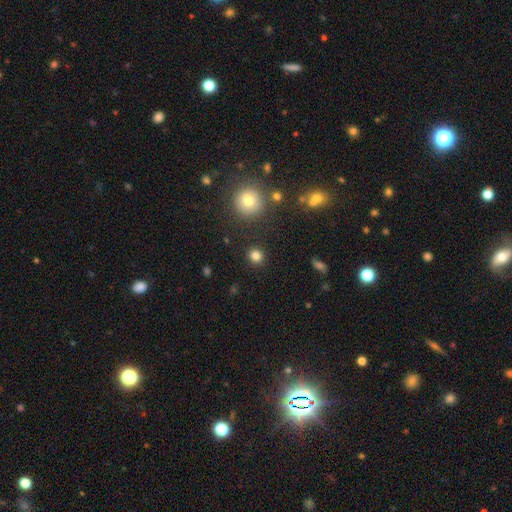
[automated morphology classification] Smooth or featured? Predicted: smooth (p=0.83). How rounded? Predicted: round (p=0.90). Merging? Predicted: none (p=0.89).